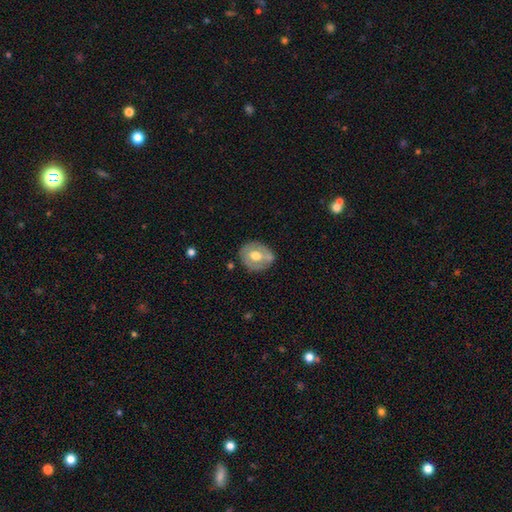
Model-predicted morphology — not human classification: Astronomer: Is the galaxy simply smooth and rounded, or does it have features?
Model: featured or disk — 48% (runner-up: smooth, 46%).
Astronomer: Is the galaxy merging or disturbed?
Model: none — 69%.